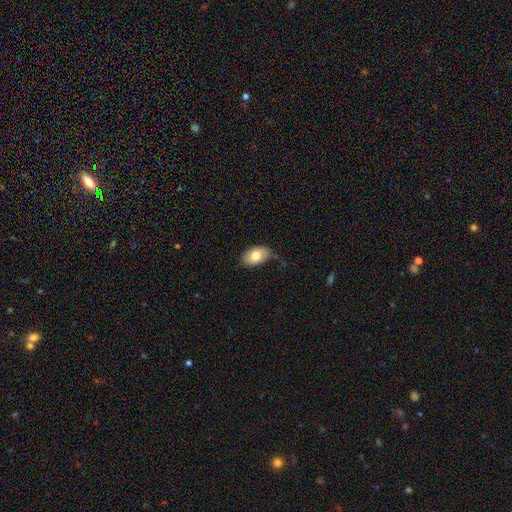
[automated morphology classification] smooth 78%, featured or disk 15%, star or artifact 7%. Down the decision tree: how rounded — in between (91%); merging — none (78%).